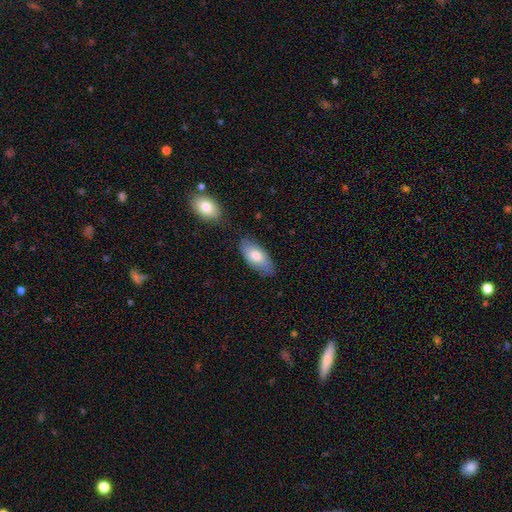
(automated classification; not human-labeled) Smooth or featured? smooth (74%)
How rounded? in between (91%)
Merging? none (76%)